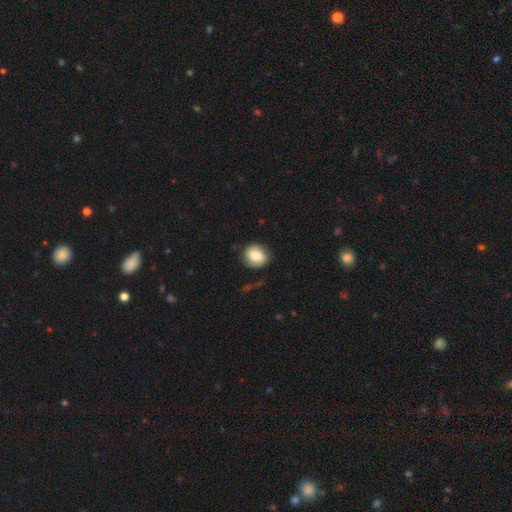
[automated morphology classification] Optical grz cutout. It shows a smooth galaxy with no disk features (80%) that is round (71%). Merging: none (77%).